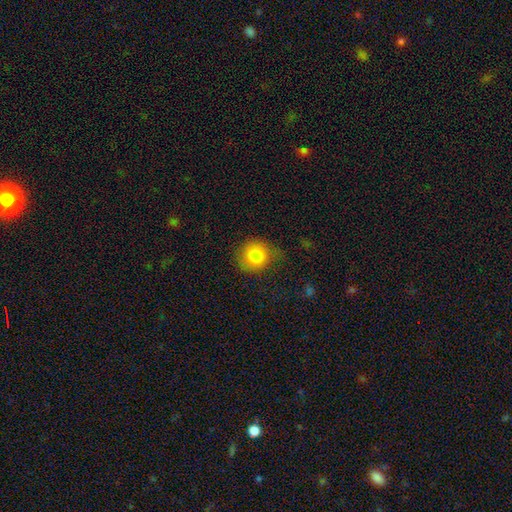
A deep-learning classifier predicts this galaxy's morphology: Q: Smooth or featured?
A: smooth (84%); runner-up: star or artifact (9%)
Q: How rounded?
A: round (85%); runner-up: in between (14%)
Q: Merging?
A: none (65%); runner-up: minor disturbance (24%)